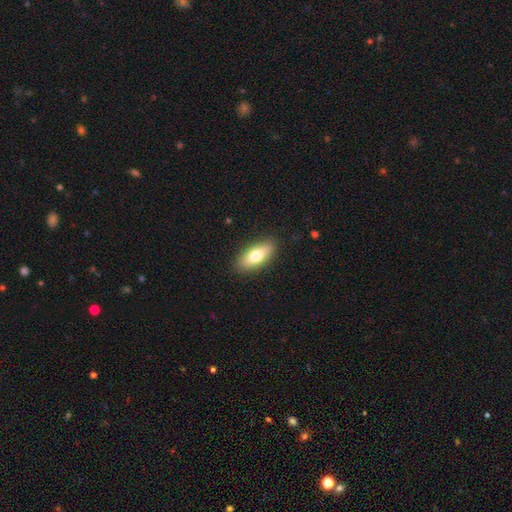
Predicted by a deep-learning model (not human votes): Smooth or featured?
  - smooth: 74% *
  - featured or disk: 20%
  - star or artifact: 6%
How rounded?
  - in between: 78% *
  - cigar-shaped: 19%
  - round: 3%
Merging?
  - none: 87% *
  - minor disturbance: 10%
  - major disturbance: 2%
  - merger: 1%